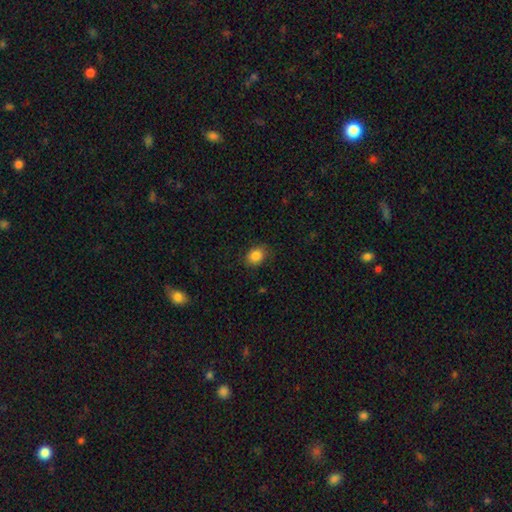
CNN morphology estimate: This is clearly a smooth galaxy (85%). How rounded: possibly round (53%). Merging: likely none (79%).